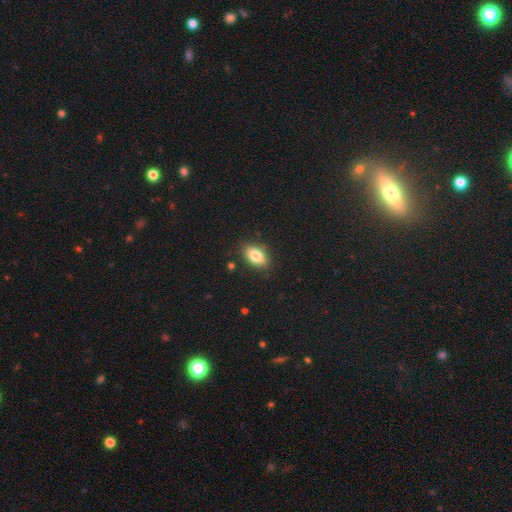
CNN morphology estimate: smooth-or-featured: smooth: 82% | featured or disk: 10% | star or artifact: 8%
  how-rounded: in between: 90% | round: 6% | cigar-shaped: 4%
  merging: none: 85% | minor disturbance: 11% | major disturbance: 3% | merger: 2%